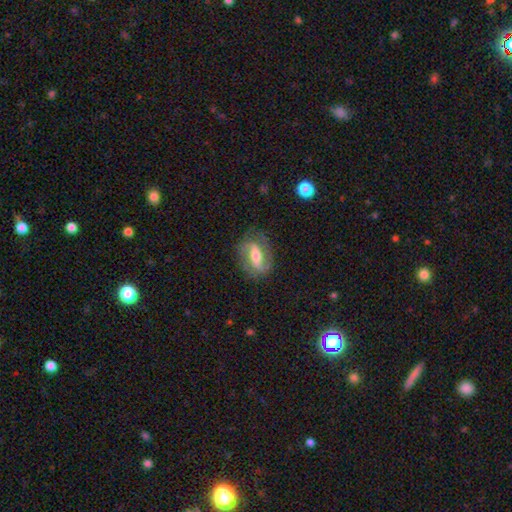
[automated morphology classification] Smooth or featured: featured or disk — 67% (smooth — 26%)
Edge-on disk: no — 89% (yes — 11%)
Bar: strong — 47% (weak — 32%)
Spiral arms: yes — 79% (no — 21%)
Bulge size: moderate — 62% (small — 24%)
Merging: none — 73% (minor disturbance — 17%)